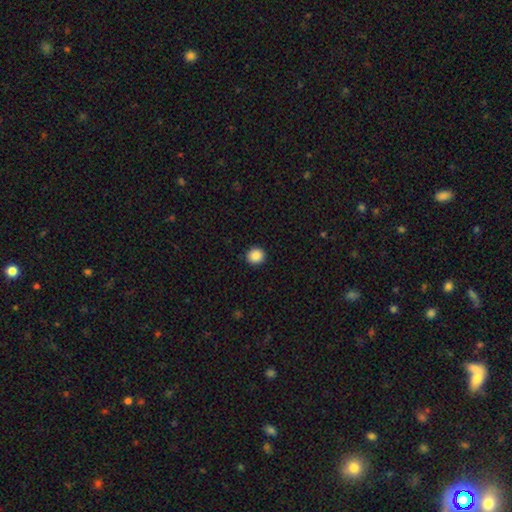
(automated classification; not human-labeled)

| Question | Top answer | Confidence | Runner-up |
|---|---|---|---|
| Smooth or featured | smooth | 88% | star or artifact (9%) |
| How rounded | round | 93% | in between (6%) |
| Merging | none | 92% | minor disturbance (5%) |